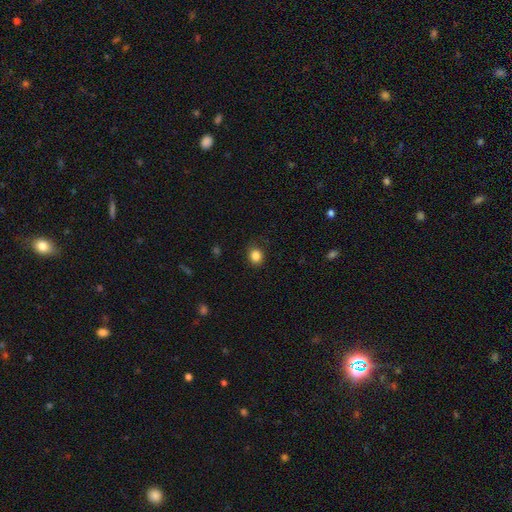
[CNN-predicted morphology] A smooth galaxy with no disk features (85%) that is round (72%).

Vote fractions:
- Smooth or featured? smooth: 85% / star or artifact: 11% / featured or disk: 4%
- How rounded? round: 72% / in between: 28% / cigar-shaped: 1%
- Merging? none: 86% / minor disturbance: 10% / major disturbance: 3% / merger: 1%